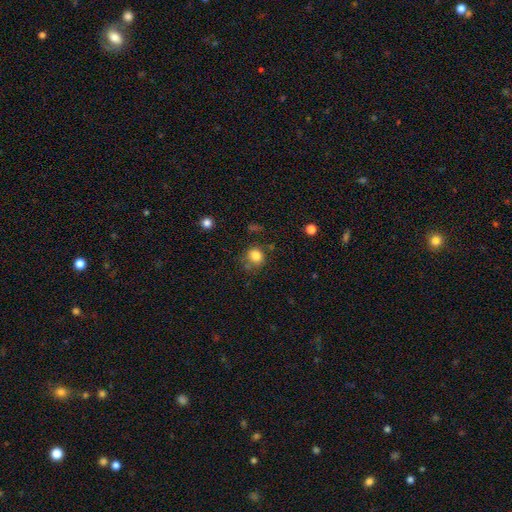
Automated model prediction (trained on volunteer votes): Smooth or featured? Predicted: smooth (p=0.82). How rounded? Predicted: round (p=0.77). Merging? Predicted: none (p=0.69).